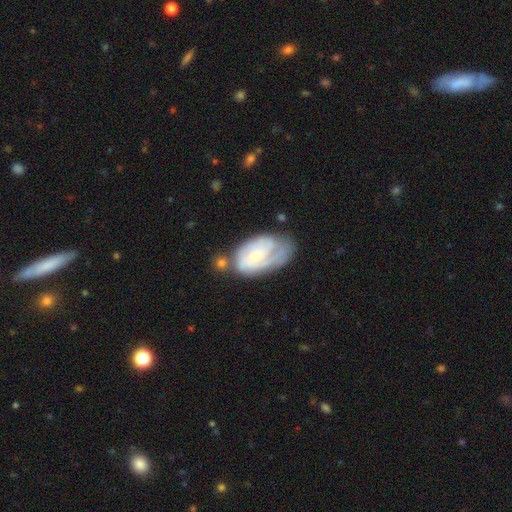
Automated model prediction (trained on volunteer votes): Overall: featured or disk (73%). Edge-on disk: no (96%). Bar: no (64%; weak 31%). Spiral arms: yes (87%). Spiral arm count: can't tell (36%; 2 32%). Spiral winding: tight (59%; medium 31%). Bulge size: small (62%; moderate 32%). Merging: none (48%; minor disturbance 27%).